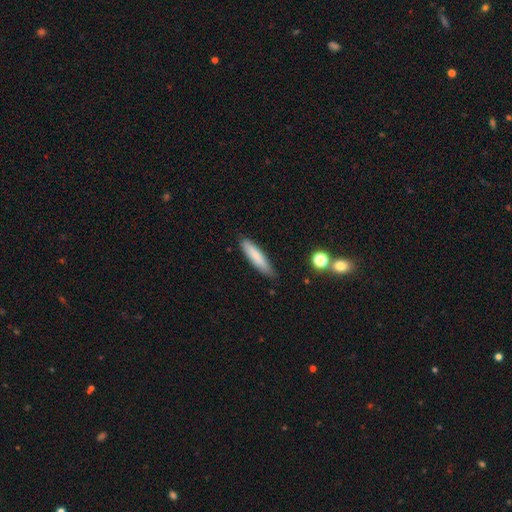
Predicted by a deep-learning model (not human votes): Overall: smooth (81%). How rounded: cigar-shaped (81%). Merging: none (79%).